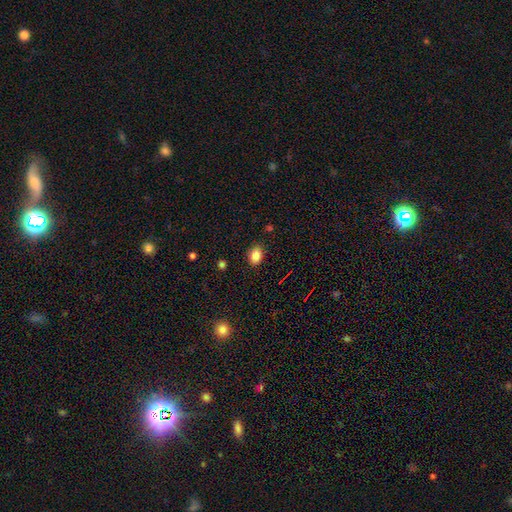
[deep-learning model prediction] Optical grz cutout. It shows a smooth galaxy with no disk features (86%) that is in between round and cigar-shaped (78%). Merging: none (86%).